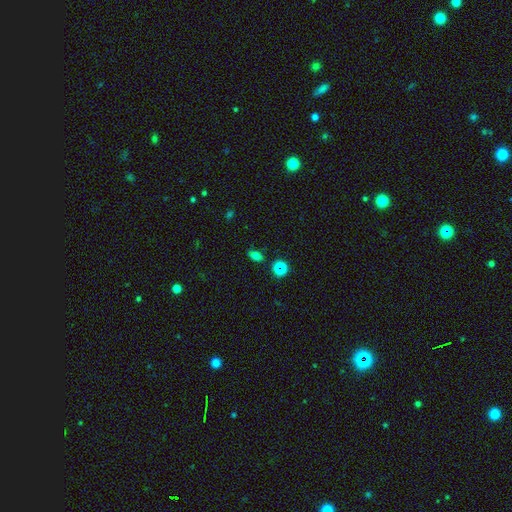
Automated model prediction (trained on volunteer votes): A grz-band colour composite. It shows a smooth galaxy with no disk features (70%) that is in between round and cigar-shaped (77%). Merging: none (81%).